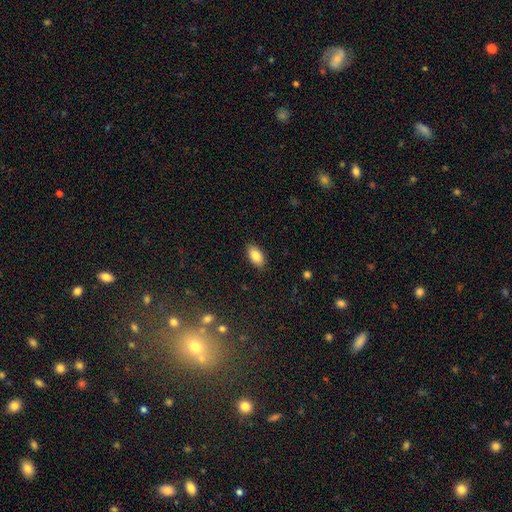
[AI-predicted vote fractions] Smooth or featured: smooth — 85% (featured or disk — 8%)
How rounded: in between — 93% (round — 4%)
Merging: none — 87% (minor disturbance — 10%)